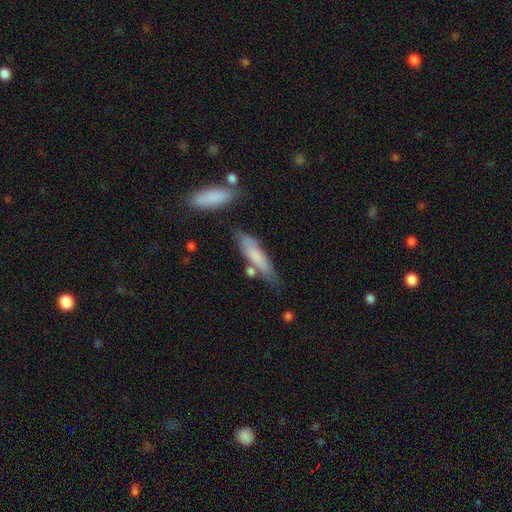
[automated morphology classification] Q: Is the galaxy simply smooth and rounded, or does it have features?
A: smooth — 71%.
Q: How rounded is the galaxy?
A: cigar-shaped — 72%.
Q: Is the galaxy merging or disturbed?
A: none — 59%.